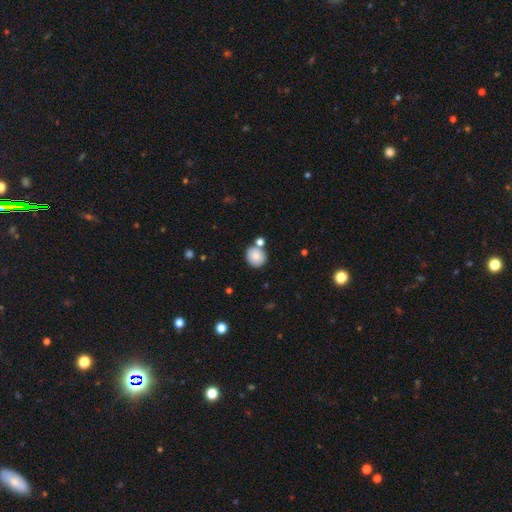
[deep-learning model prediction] Smooth or featured?
  - smooth: 82% *
  - featured or disk: 9%
  - star or artifact: 9%
How rounded?
  - round: 86% *
  - in between: 13%
  - cigar-shaped: 1%
Merging?
  - none: 71% *
  - merger: 15%
  - minor disturbance: 11%
  - major disturbance: 3%